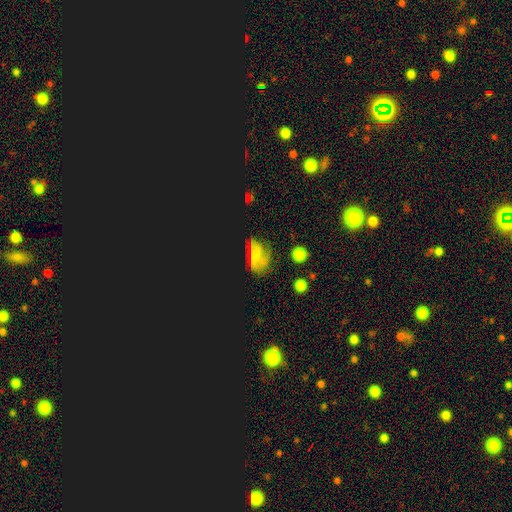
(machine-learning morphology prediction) Smooth or featured? star or artifact (35%)